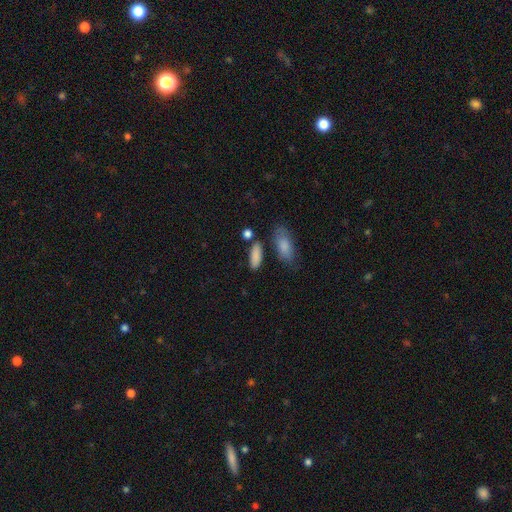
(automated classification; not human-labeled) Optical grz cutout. It shows a smooth galaxy with no disk features (87%) that is in between round and cigar-shaped (72%). Merging: none (76%).